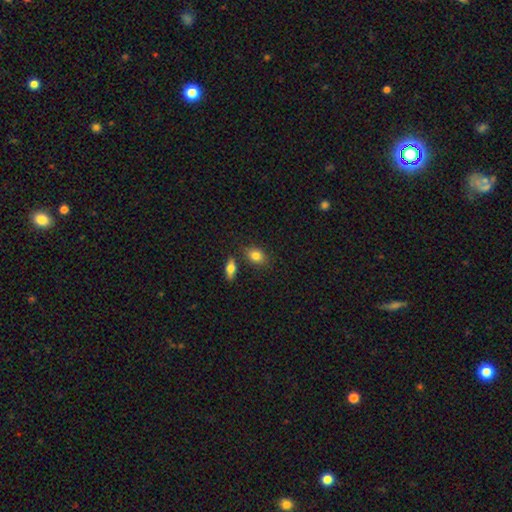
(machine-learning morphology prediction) smooth-or-featured: smooth: 84% | featured or disk: 9% | star or artifact: 8%
  how-rounded: in between: 75% | round: 23% | cigar-shaped: 2%
  merging: none: 75% | minor disturbance: 12% | merger: 10% | major disturbance: 3%